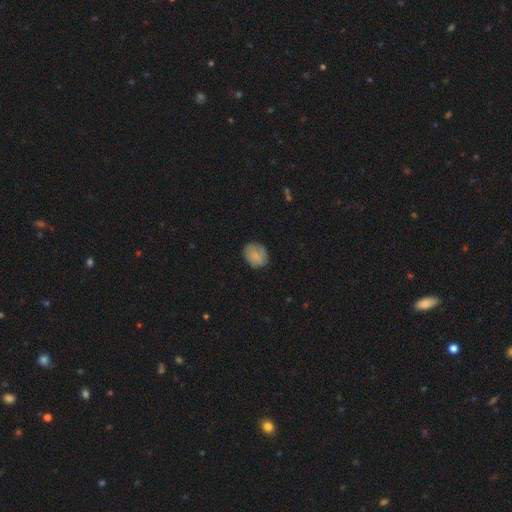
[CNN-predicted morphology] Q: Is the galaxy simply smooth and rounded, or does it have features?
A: smooth — 73%.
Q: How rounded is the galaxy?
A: round — 50%.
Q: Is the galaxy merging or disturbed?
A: none — 74%.